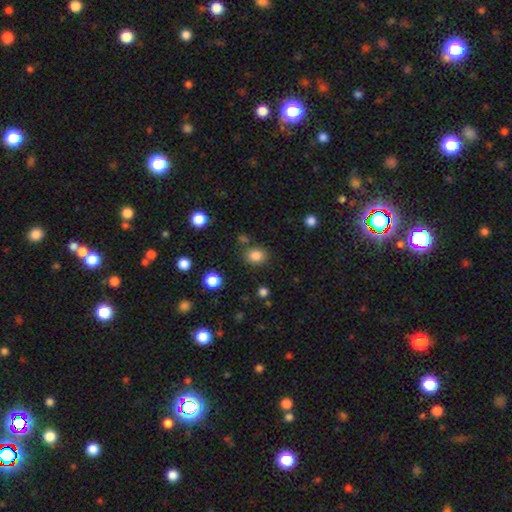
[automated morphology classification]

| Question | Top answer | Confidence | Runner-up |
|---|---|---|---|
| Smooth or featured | smooth | 83% | star or artifact (11%) |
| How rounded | round | 64% | in between (36%) |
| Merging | none | 81% | minor disturbance (10%) |